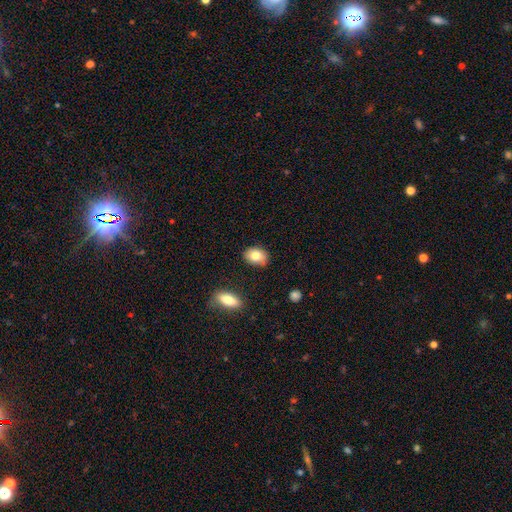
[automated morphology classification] This is clearly a smooth galaxy (81%). How rounded: likely in between (73%). Merging: likely none (79%).